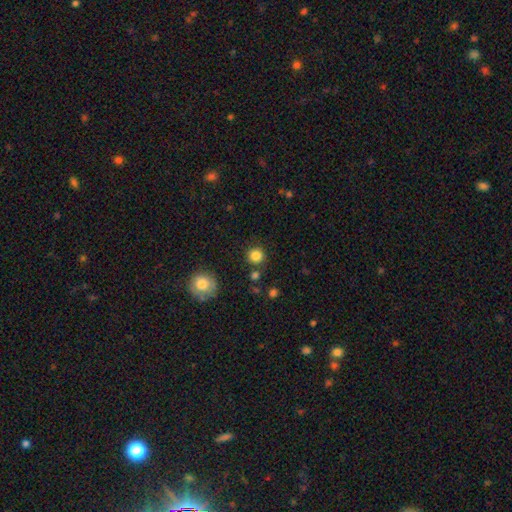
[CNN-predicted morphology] Smooth or featured? smooth (84%)
How rounded? round (93%)
Merging? none (85%)